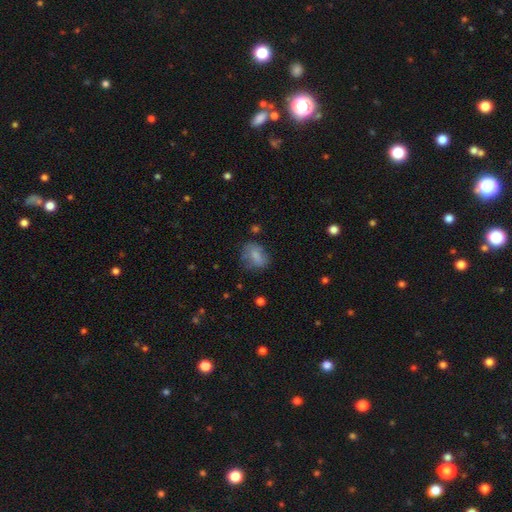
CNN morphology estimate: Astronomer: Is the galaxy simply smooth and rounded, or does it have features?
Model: smooth — 74%.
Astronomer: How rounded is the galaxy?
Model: in between — 69%.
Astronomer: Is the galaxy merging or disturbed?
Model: none — 58%.